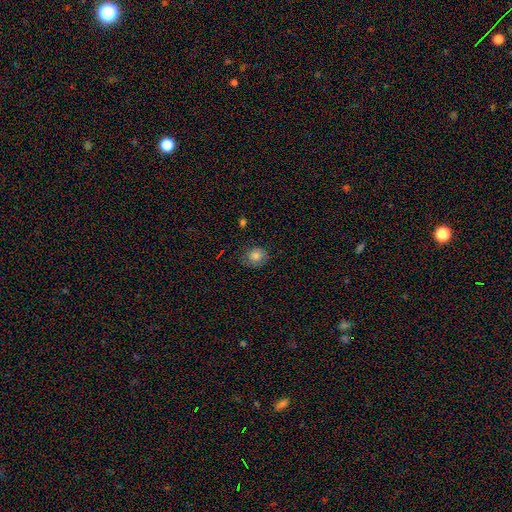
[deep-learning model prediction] Smooth or featured? Predicted: smooth (p=0.78). How rounded? Predicted: round (p=0.62). Merging? Predicted: none (p=0.76).